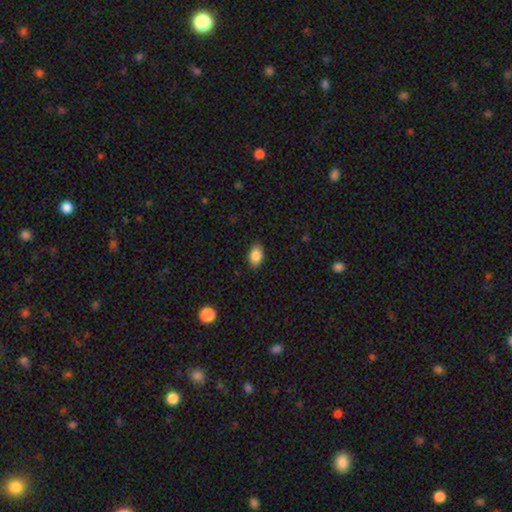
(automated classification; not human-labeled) smooth 87%, star or artifact 8%, featured or disk 5%. Down the decision tree: how rounded — in between (87%); merging — none (85%).